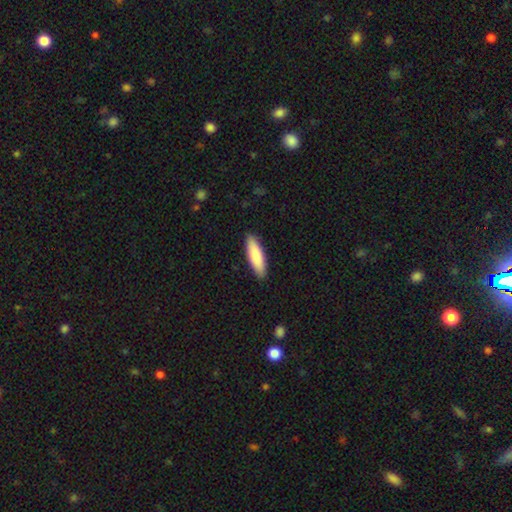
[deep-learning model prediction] This appears to be a smooth galaxy with no disk features (83%) that is cigar-shaped (57%). Merging: none (90%).